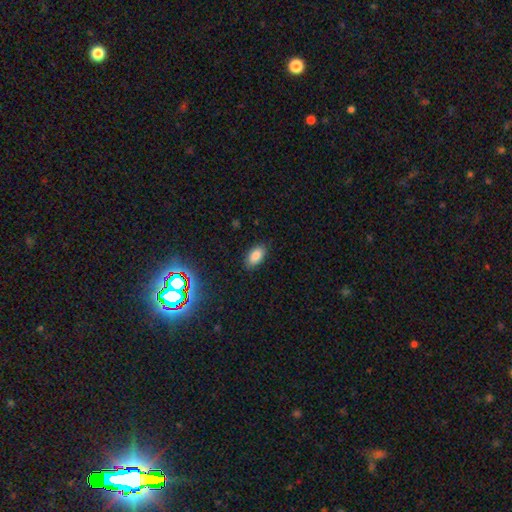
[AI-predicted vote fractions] Morphology: type=smooth (83%); roundness=in between (92%); merging=none (87%).